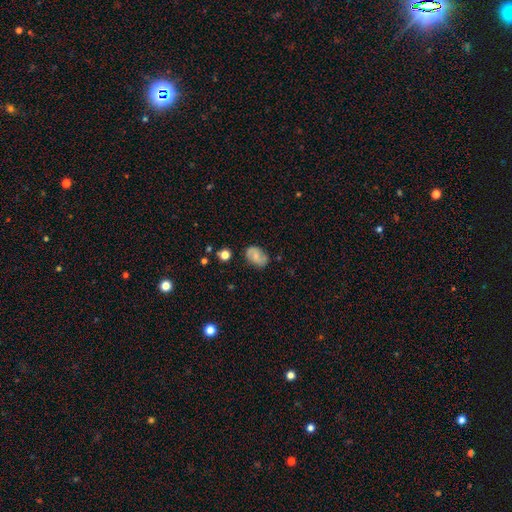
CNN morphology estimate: type=smooth (53%); roundness=in between (81%); merging=none (73%).